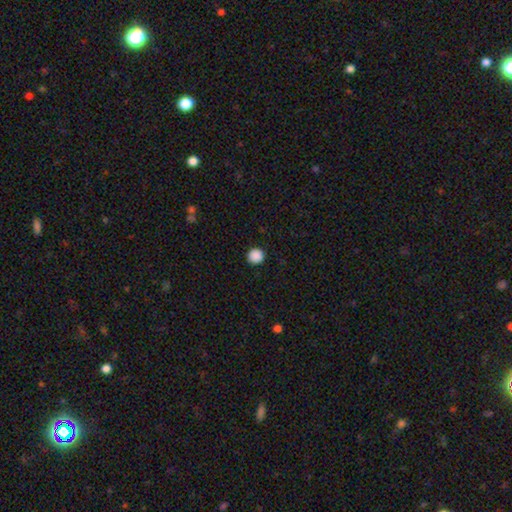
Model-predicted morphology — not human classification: Smooth or featured: smooth — 89% (star or artifact — 9%)
How rounded: round — 94% (in between — 5%)
Merging: none — 93% (minor disturbance — 4%)